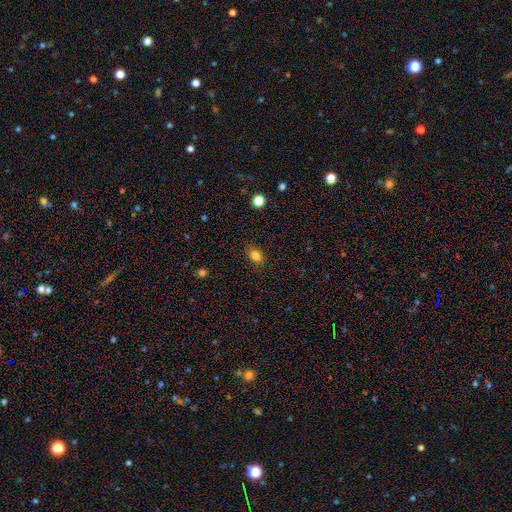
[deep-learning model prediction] A smooth galaxy with no disk features (83%) that is in between round and cigar-shaped (68%). Merging: none (82%).